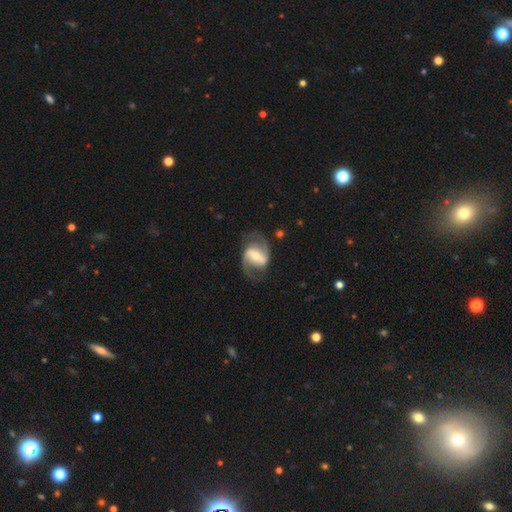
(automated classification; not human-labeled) smooth_or_featured: featured or disk (p=0.86) [alt: smooth p=0.09]
disk_edge_on: no (p=0.97) [alt: yes p=0.03]
bar: strong (p=0.50) [alt: weak p=0.35]
has_spiral_arms: yes (p=0.94) [alt: no p=0.06]
spiral_winding: medium (p=0.50) [alt: loose p=0.35]
spiral_arm_count: 2 (p=0.92) [alt: can't tell p=0.03]
bulge_size: moderate (p=0.53) [alt: small p=0.39]
merging: none (p=0.76) [alt: minor disturbance p=0.14]